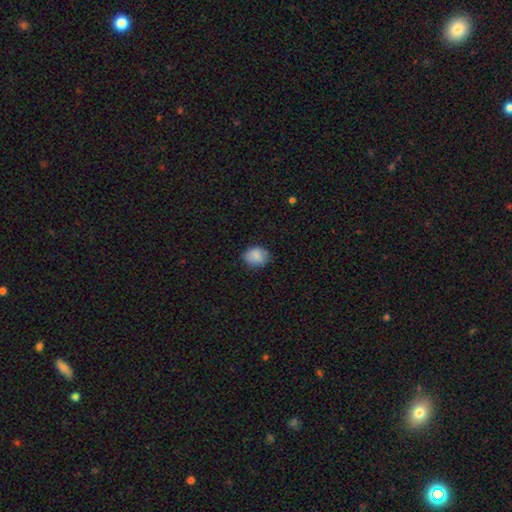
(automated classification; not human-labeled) Q: Smooth or featured?
A: smooth (84%); runner-up: star or artifact (8%)
Q: How rounded?
A: in between (50%); runner-up: round (49%)
Q: Merging?
A: none (80%); runner-up: minor disturbance (16%)